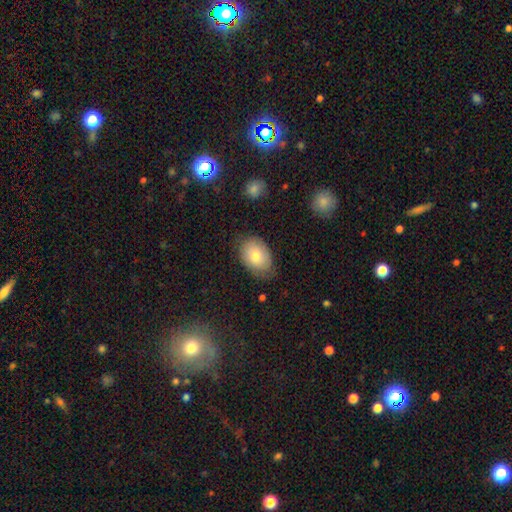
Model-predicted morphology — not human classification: Smooth or featured?
  - smooth: 74% *
  - featured or disk: 18%
  - star or artifact: 7%
How rounded?
  - in between: 81% *
  - round: 18%
  - cigar-shaped: 1%
Merging?
  - none: 71% *
  - minor disturbance: 23%
  - major disturbance: 5%
  - merger: 1%